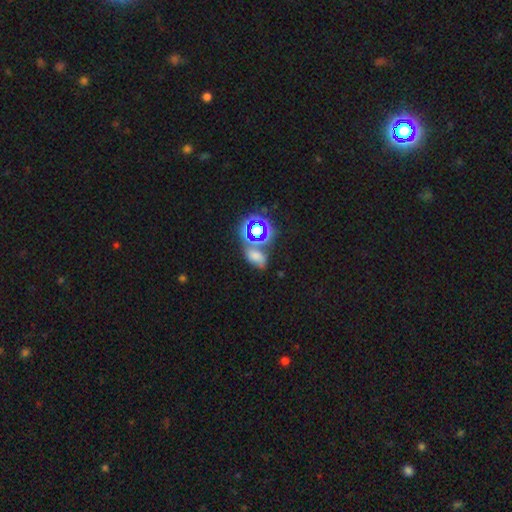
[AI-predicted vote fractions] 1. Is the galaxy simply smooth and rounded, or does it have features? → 45% smooth, 35% star or artifact, 20% featured or disk.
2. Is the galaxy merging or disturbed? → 37% none, 33% merger, 17% minor disturbance, 13% major disturbance.